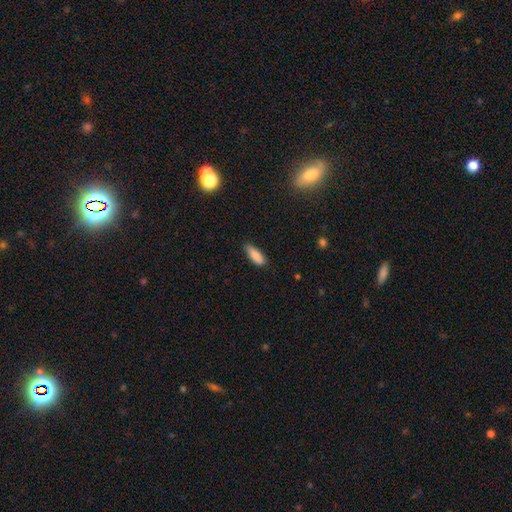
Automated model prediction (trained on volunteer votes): A smooth galaxy with no disk features (87%) that is in between round and cigar-shaped (58%). Merging: none (78%).